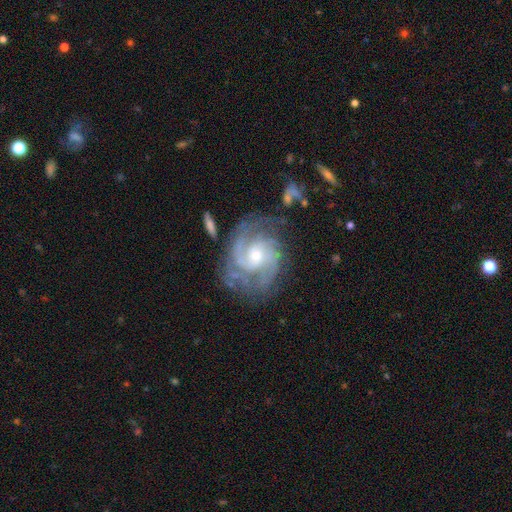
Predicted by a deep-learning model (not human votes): smooth-or-featured: featured or disk: 90% | star or artifact: 5% | smooth: 5%
  disk-edge-on: no: 98% | yes: 2%
    bar: no: 62% | weak: 32% | strong: 6%
    has-spiral-arms: yes: 97% | no: 3%
      spiral-winding: tight: 54% | medium: 39% | loose: 7%
      spiral-arm-count: 2: 40% | 3: 24% | can't tell: 17% | 4: 8% | 1: 5% | more than 4: 5%
    bulge-size: small: 52% | moderate: 43% | large: 3% | none: 2% | dominant: 1%
  merging: none: 68% | minor disturbance: 19% | major disturbance: 10% | merger: 3%